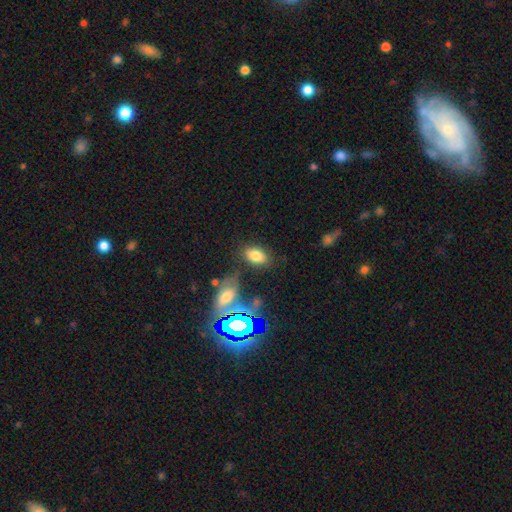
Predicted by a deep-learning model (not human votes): Morphology: type=smooth (75%); roundness=in between (88%); merging=none (76%).